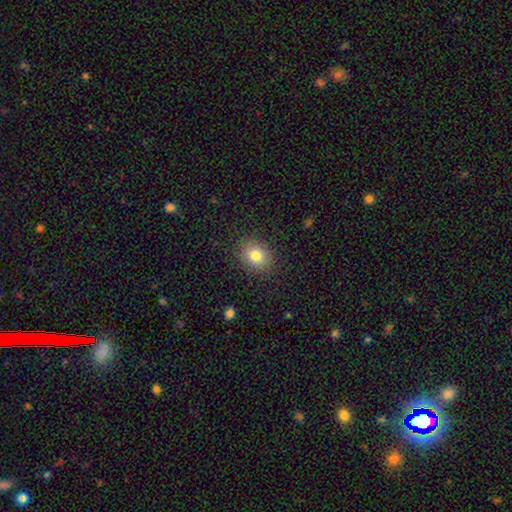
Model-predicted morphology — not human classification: type=smooth (82%); roundness=round (54%); merging=none (87%).